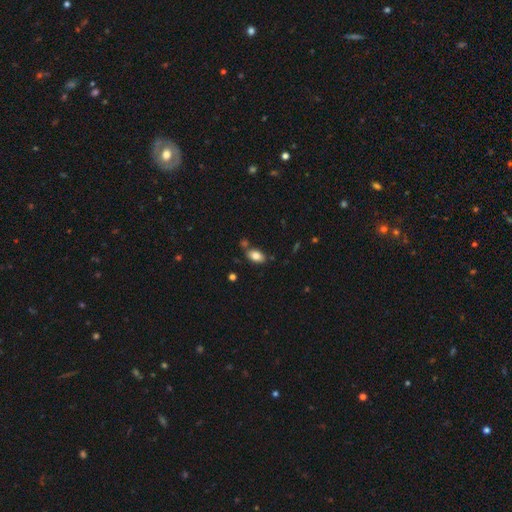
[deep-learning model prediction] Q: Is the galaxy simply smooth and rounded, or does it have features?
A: smooth — 81%.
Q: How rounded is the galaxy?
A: in between — 91%.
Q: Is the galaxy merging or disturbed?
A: none — 71%.